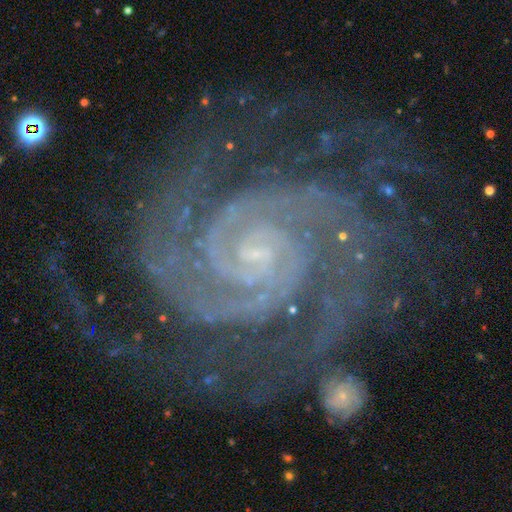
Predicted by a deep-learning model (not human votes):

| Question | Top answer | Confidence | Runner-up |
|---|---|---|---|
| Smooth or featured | featured or disk | 94% | star or artifact (4%) |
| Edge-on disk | no | 98% | yes (2%) |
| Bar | no | 59% | weak (28%) |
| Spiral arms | yes | 99% | no (1%) |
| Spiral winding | tight | 80% | medium (18%) |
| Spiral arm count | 2 | 74% | 3 (9%) |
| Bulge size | small | 79% | moderate (11%) |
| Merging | none | 74% | minor disturbance (16%) |